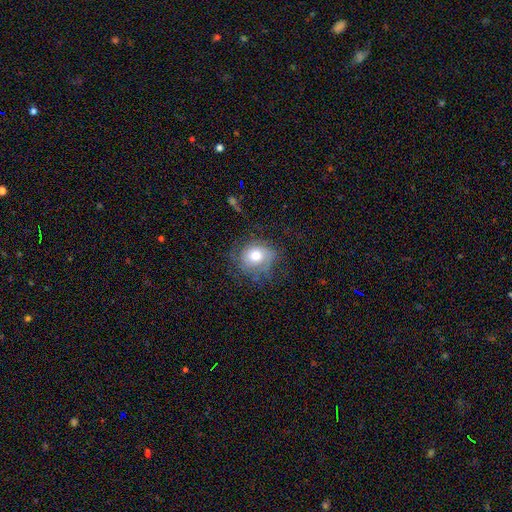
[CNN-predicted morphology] Overall: smooth (62%; featured or disk 27%). How rounded: round (73%). Merging: none (59%; minor disturbance 24%).